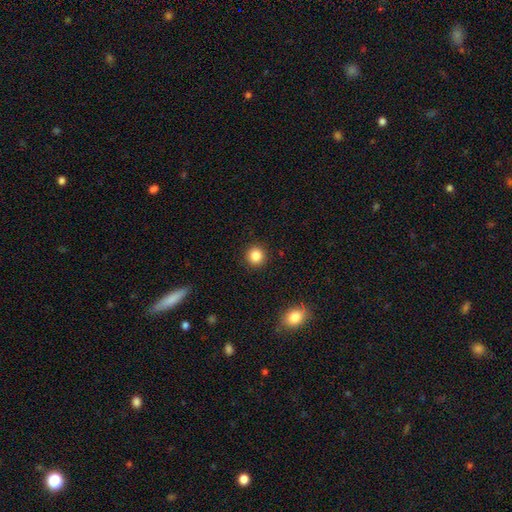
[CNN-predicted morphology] Smooth or featured: smooth — 85% (star or artifact — 11%)
How rounded: round — 94% (in between — 6%)
Merging: none — 92% (minor disturbance — 5%)